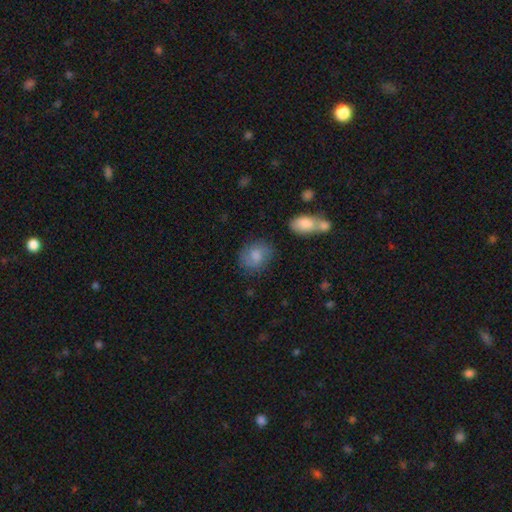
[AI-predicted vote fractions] Smooth or featured? smooth (72%)
How rounded? round (59%)
Merging? none (74%)